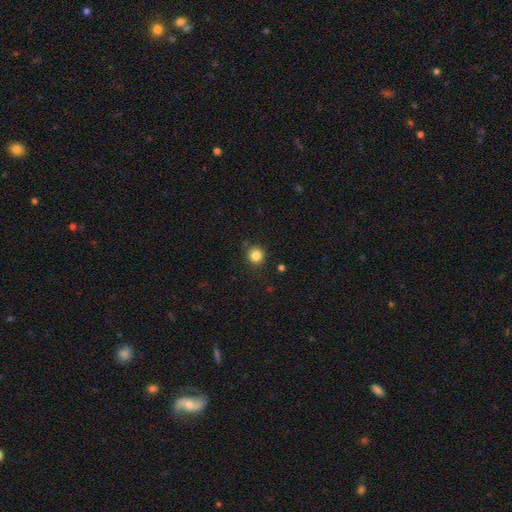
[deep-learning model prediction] Morphology: type=smooth (84%); roundness=round (93%); merging=none (86%).